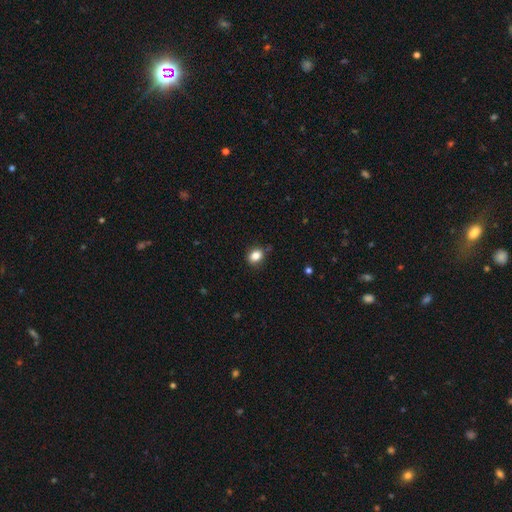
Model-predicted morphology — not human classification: smooth_or_featured: smooth (p=0.84) [alt: star or artifact p=0.10]
how_rounded: in between (p=0.55) [alt: round p=0.44]
merging: none (p=0.80) [alt: minor disturbance p=0.15]